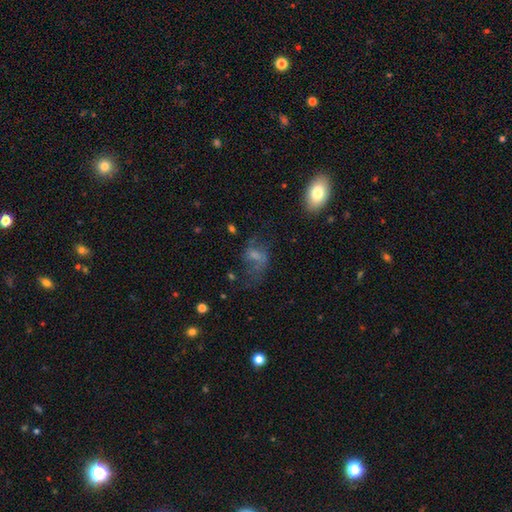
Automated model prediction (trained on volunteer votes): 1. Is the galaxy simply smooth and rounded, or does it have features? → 41% featured or disk, 40% smooth, 20% star or artifact.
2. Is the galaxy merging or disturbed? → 39% none, 37% major disturbance, 20% minor disturbance, 4% merger.